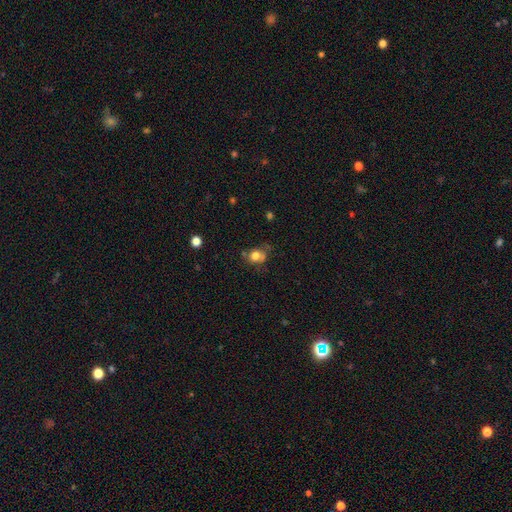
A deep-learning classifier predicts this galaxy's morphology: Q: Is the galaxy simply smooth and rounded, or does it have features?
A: smooth — 73%.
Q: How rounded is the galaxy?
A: round — 63%.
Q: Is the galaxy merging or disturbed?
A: none — 49%.